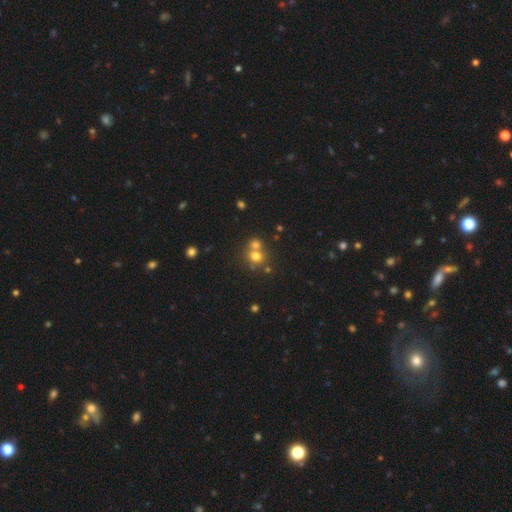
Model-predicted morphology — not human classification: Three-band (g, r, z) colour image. It shows a smooth galaxy with no disk features (68%) that is round (83%). Merging: merger (50%).